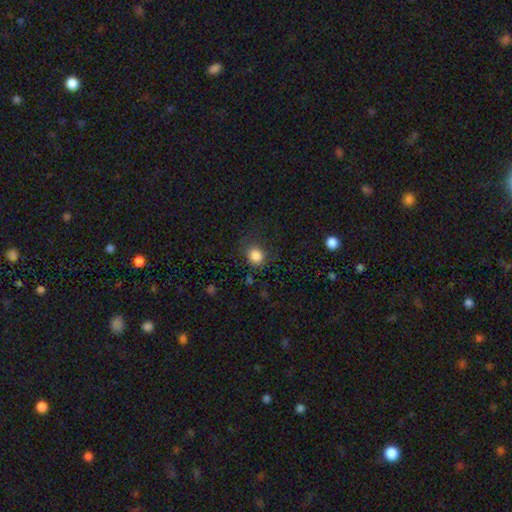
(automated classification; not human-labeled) Overall: smooth (85%). How rounded: round (79%). Merging: none (80%).